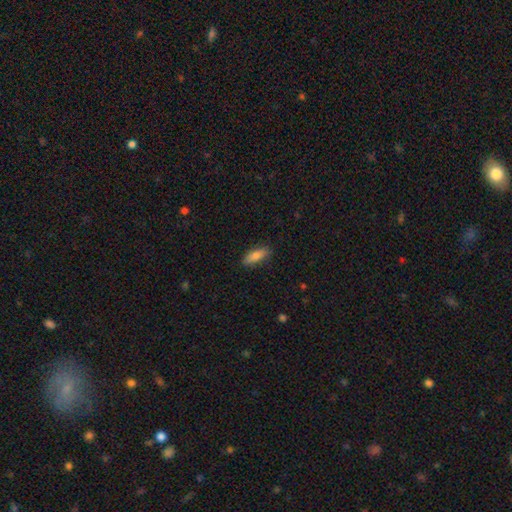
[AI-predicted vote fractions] A smooth galaxy with no disk features (80%) that is in between round and cigar-shaped (66%). Merging: none (85%).